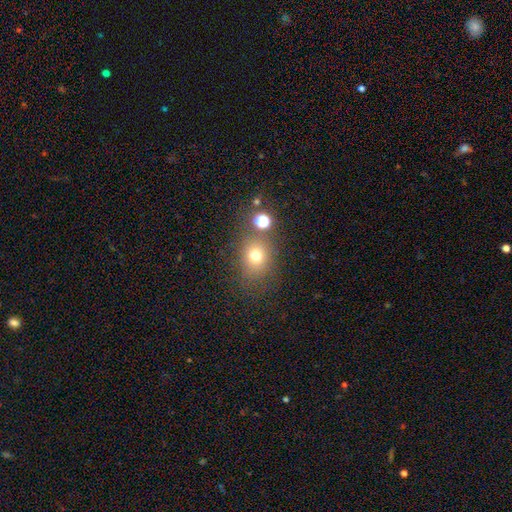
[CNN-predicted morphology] This appears to be a smooth galaxy with no disk features (71%) that is round (64%). Merging: none (71%).